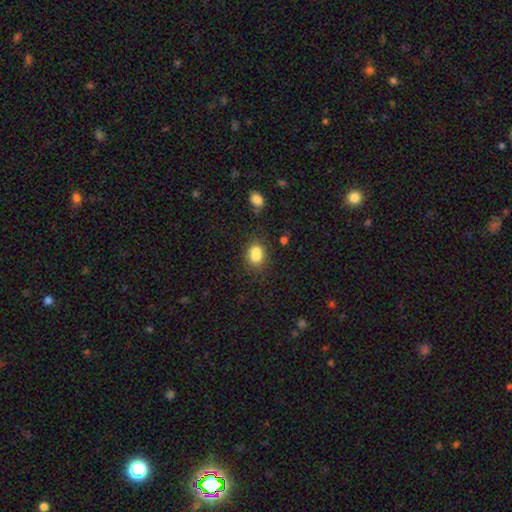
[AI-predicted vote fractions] smooth_or_featured: smooth (p=0.77) [alt: featured or disk p=0.12]
how_rounded: in between (p=0.52) [alt: round p=0.47]
merging: none (p=0.46) [alt: merger p=0.35]